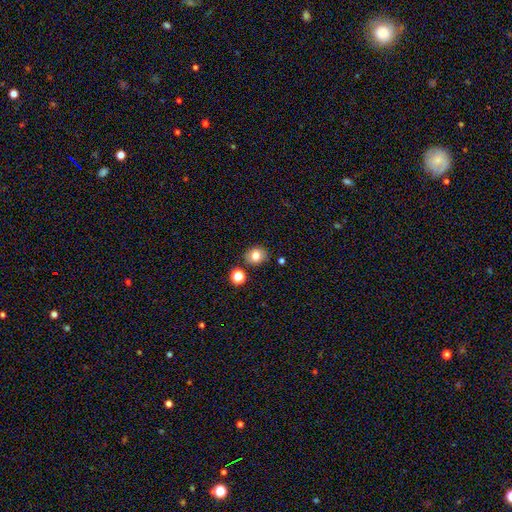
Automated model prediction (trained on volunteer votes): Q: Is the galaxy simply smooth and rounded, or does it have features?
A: smooth — 79%.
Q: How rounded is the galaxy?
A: round — 70%.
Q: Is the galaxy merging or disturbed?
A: none — 83%.